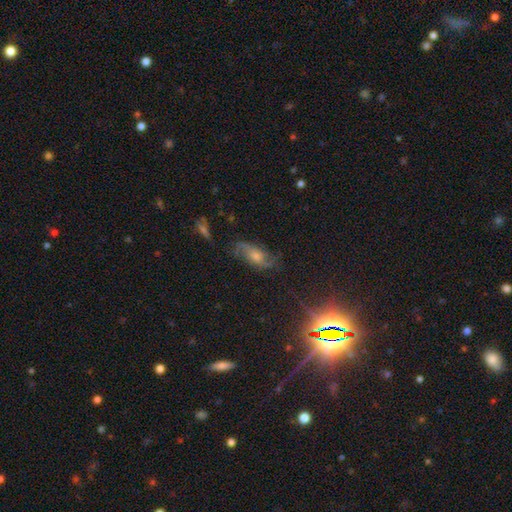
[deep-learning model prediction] Morphology: type=featured or disk (58%); edge-on=no (87%); bar=no (62%); spiral arms=yes (88%); bulge=moderate (47%); merging=none (66%).